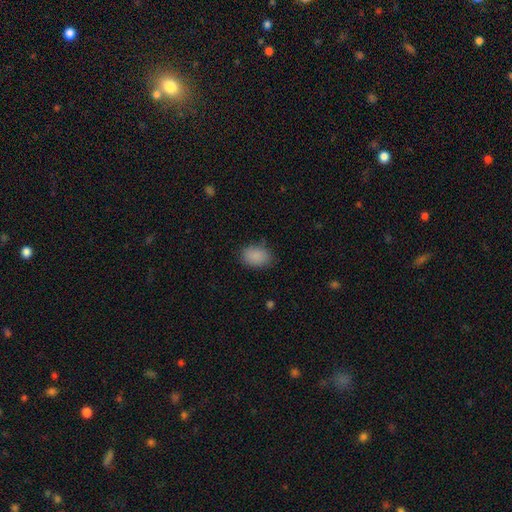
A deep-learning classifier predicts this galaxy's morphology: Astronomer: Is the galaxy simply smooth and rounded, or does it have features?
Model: smooth — 88%.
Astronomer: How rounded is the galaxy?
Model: in between — 82%.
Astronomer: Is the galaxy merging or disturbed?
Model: none — 79%.